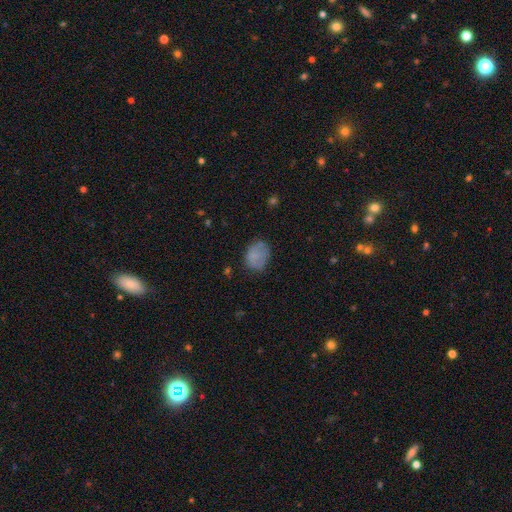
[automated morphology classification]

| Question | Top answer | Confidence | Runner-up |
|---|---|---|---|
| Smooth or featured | smooth | 76% | featured or disk (14%) |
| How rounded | in between | 57% | round (42%) |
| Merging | none | 65% | minor disturbance (24%) |